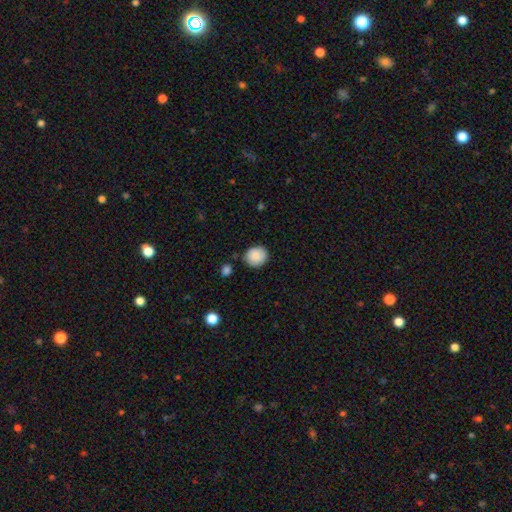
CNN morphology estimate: The model was most divided on "how rounded": round: 81%, in between: 18%, cigar-shaped: 1%. More confident: smooth or featured — smooth (88%); merging — none (82%).